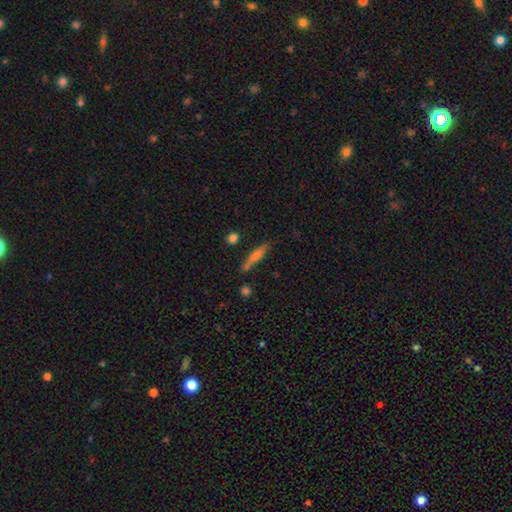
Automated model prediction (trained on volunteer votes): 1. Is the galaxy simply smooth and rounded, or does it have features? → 47% featured or disk, 45% smooth, 8% star or artifact.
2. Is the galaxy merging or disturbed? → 78% none, 13% minor disturbance, 6% merger, 3% major disturbance.